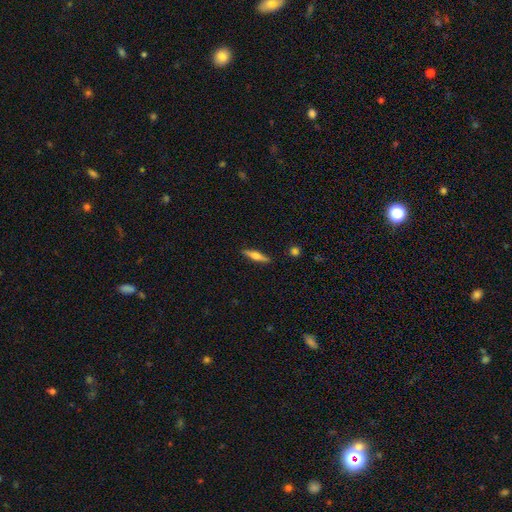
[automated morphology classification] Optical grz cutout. It shows a smooth galaxy with no disk features (52%) that is cigar-shaped (79%). Merging: none (88%).